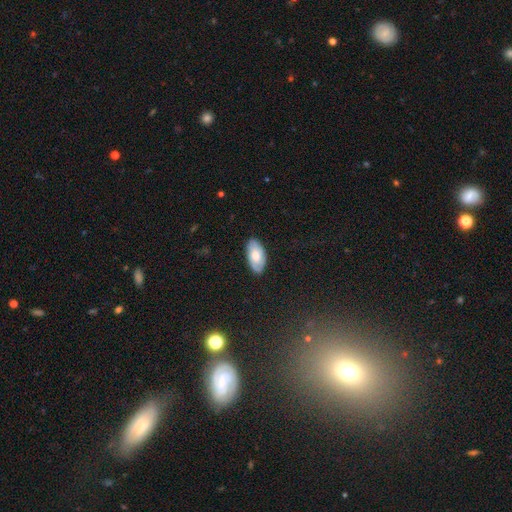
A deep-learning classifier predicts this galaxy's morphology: Overall: smooth (66%; featured or disk 27%). How rounded: in between (95%). Merging: none (85%).